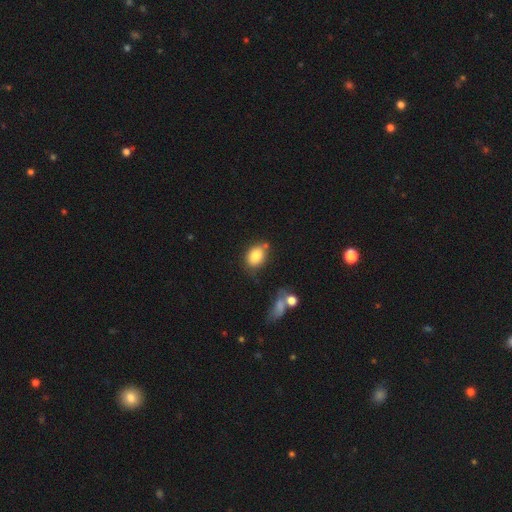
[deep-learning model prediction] Smooth or featured? Predicted: smooth (p=0.84). How rounded? Predicted: in between (p=0.68). Merging? Predicted: none (p=0.65).